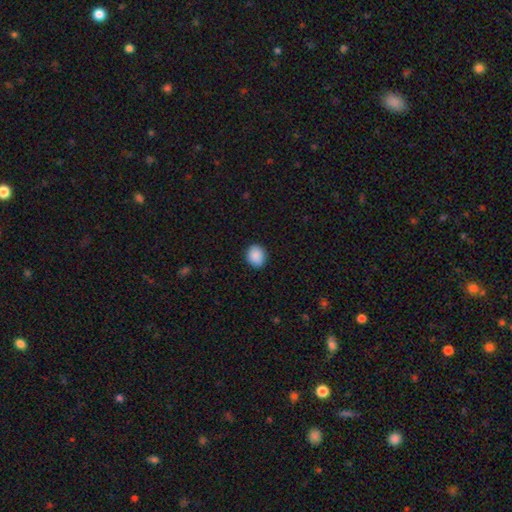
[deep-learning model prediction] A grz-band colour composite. It shows a smooth galaxy with no disk features (89%) that is round (67%). Merging: none (89%).